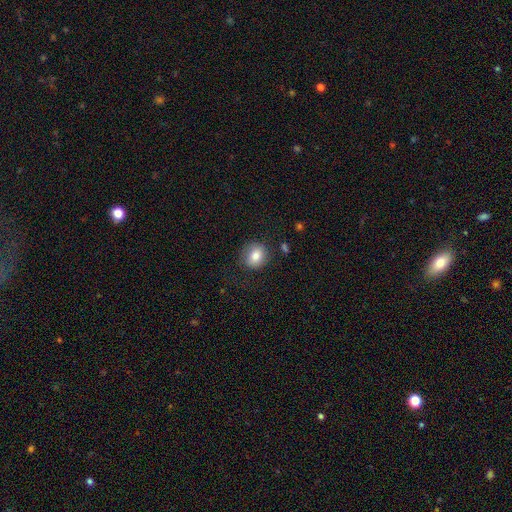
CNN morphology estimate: This appears to be a smooth galaxy with no disk features (81%) that is round (70%). Merging: none (79%).